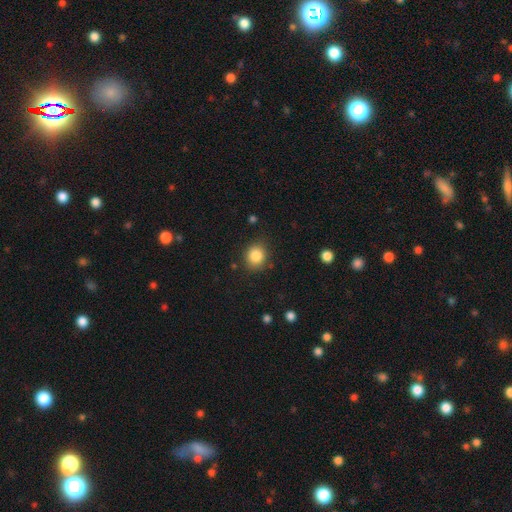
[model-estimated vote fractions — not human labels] The model was most divided on "how rounded": round: 76%, in between: 23%, cigar-shaped: 1%. More confident: smooth or featured — smooth (85%); merging — none (83%).